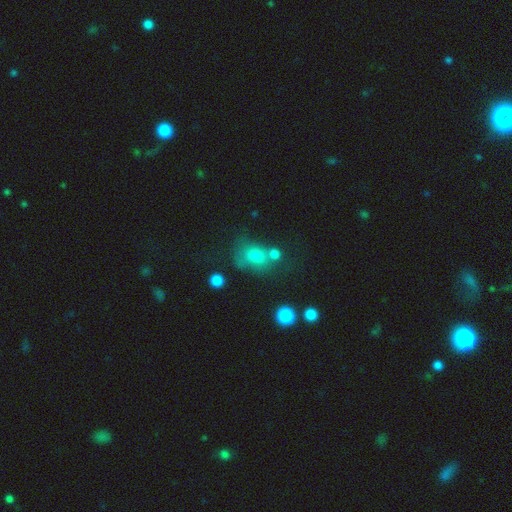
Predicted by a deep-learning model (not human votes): A smooth galaxy with no disk features (70%) that is in between round and cigar-shaped (52%).

Vote fractions:
- Smooth or featured? smooth: 70% / star or artifact: 15% / featured or disk: 15%
- How rounded? in between: 52% / round: 46% / cigar-shaped: 1%
- Merging? none: 40% / merger: 23% / minor disturbance: 21% / major disturbance: 16%